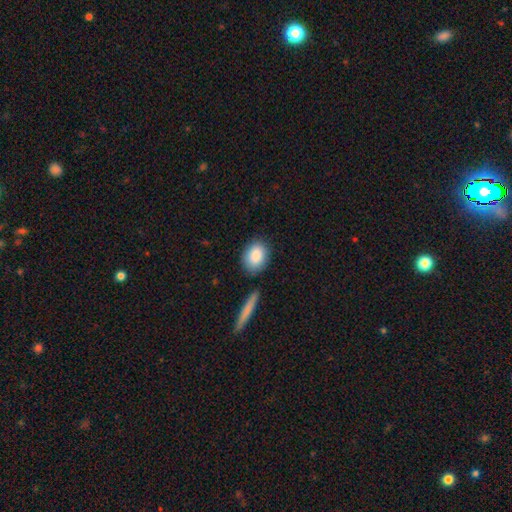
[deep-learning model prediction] Overall: smooth (87%). How rounded: in between (65%; round 32%). Merging: none (80%).